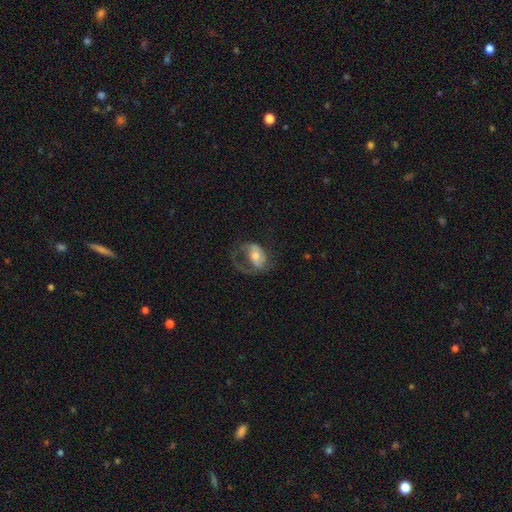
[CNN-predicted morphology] smooth-or-featured: featured or disk: 56% | smooth: 37% | star or artifact: 8%
  disk-edge-on: no: 94% | yes: 6%
    bar: no: 44% | weak: 33% | strong: 23%
    has-spiral-arms: yes: 65% | no: 35%
    bulge-size: moderate: 59% | small: 26% | large: 11% | none: 3% | dominant: 2%
  merging: major disturbance: 43% | none: 36% | minor disturbance: 19% | merger: 2%